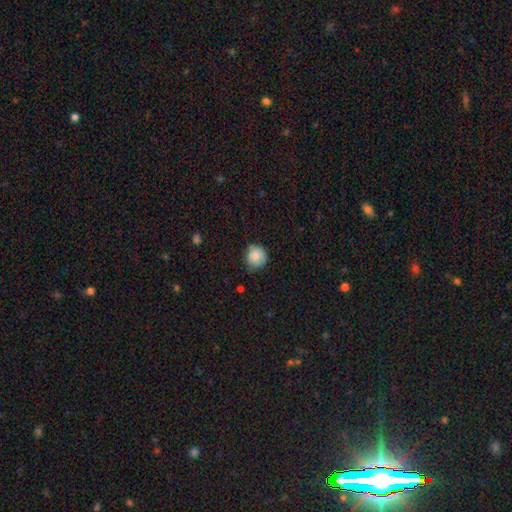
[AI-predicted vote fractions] The model was most divided on "merging": none: 69%, minor disturbance: 26%, major disturbance: 4%, merger: 1%. More confident: how rounded — round (87%); smooth or featured — smooth (82%).